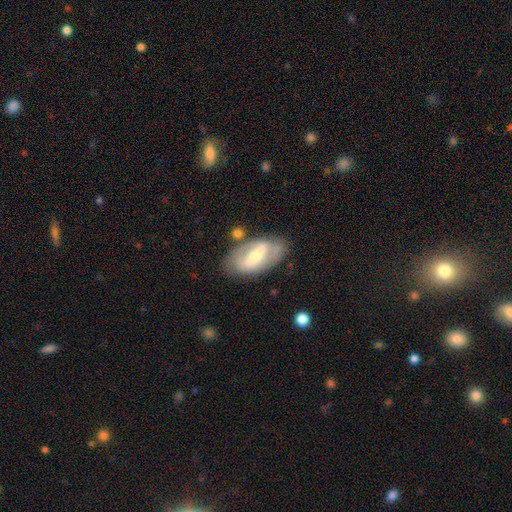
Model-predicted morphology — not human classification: Q: Smooth or featured?
A: featured or disk (62%); runner-up: smooth (32%)
Q: Edge-on disk?
A: no (90%); runner-up: yes (10%)
Q: Bar?
A: strong (50%); runner-up: weak (33%)
Q: Spiral arms?
A: no (51%); runner-up: yes (49%)
Q: Bulge size?
A: moderate (56%); runner-up: small (37%)
Q: Merging?
A: none (72%); runner-up: minor disturbance (17%)